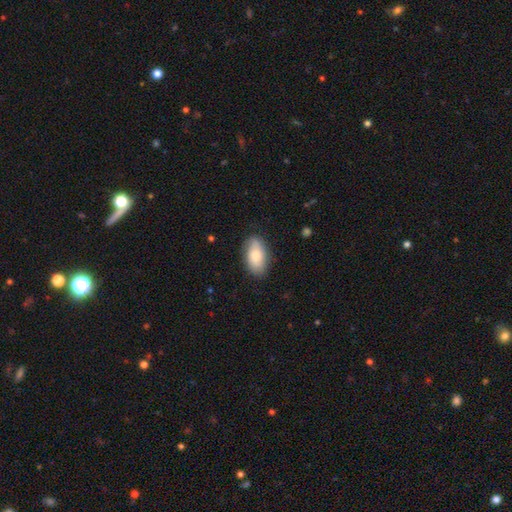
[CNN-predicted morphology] smooth 78%, featured or disk 15%, star or artifact 6%. Down the decision tree: how rounded — in between (94%); merging — none (82%).